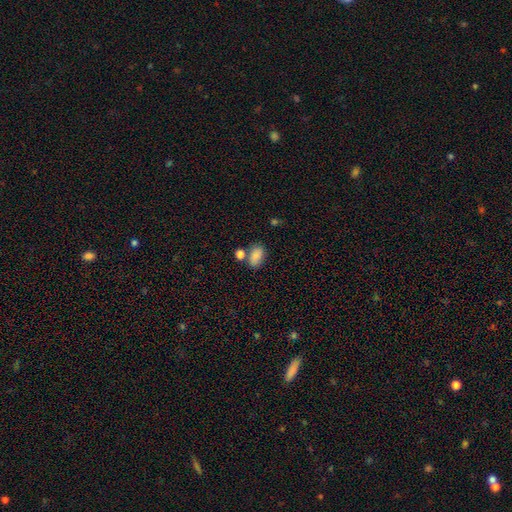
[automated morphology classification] Smooth or featured: smooth — 85% (star or artifact — 8%)
How rounded: in between — 89% (round — 9%)
Merging: none — 65% (merger — 19%)